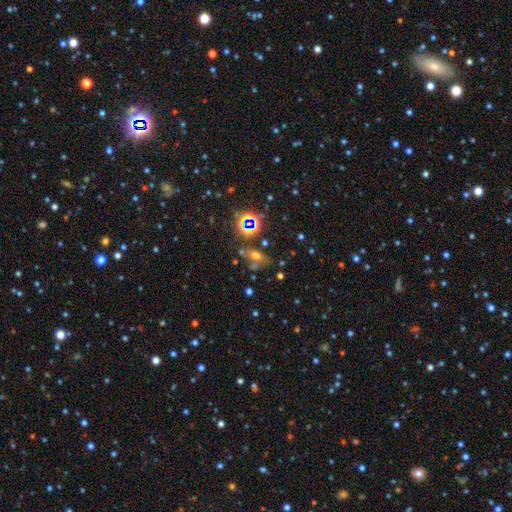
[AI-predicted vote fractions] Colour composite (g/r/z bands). It shows a smooth galaxy with no disk features (47%). Merging: none (58%).